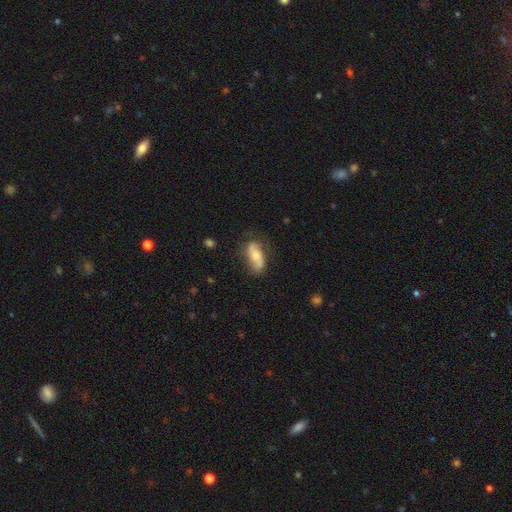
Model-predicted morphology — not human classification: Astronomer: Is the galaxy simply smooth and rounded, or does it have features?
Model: featured or disk — 47% (runner-up: smooth, 46%).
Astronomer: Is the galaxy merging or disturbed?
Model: none — 69%.